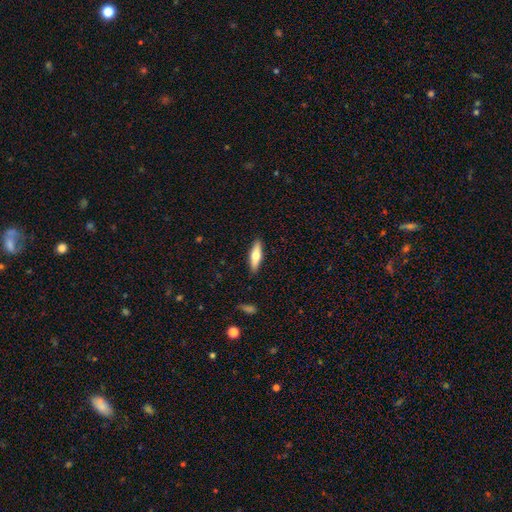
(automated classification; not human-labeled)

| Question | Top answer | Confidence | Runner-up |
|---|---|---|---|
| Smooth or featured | smooth | 61% | featured or disk (34%) |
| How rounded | cigar-shaped | 62% | in between (36%) |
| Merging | none | 89% | minor disturbance (8%) |